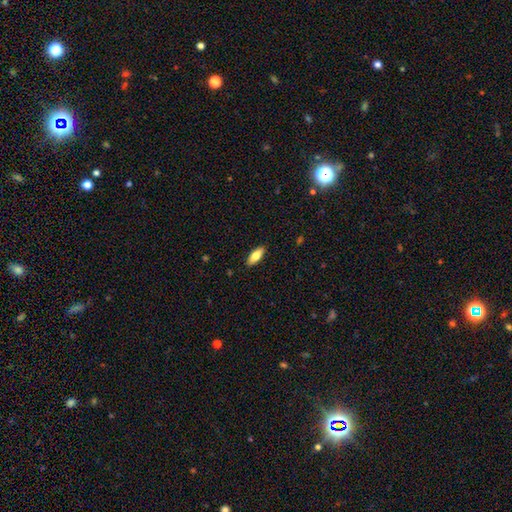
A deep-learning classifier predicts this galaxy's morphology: Smooth or featured? Predicted: smooth (p=0.74). How rounded? Predicted: in between (p=0.72). Merging? Predicted: none (p=0.90).